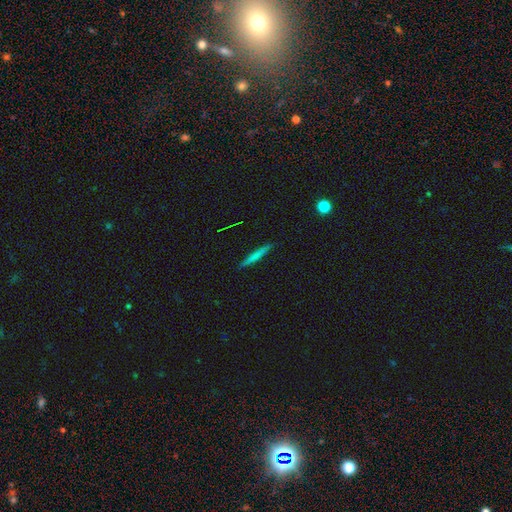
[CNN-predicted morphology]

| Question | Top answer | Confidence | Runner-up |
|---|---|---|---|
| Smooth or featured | smooth | 65% | featured or disk (27%) |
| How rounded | cigar-shaped | 95% | in between (4%) |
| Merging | none | 87% | minor disturbance (10%) |